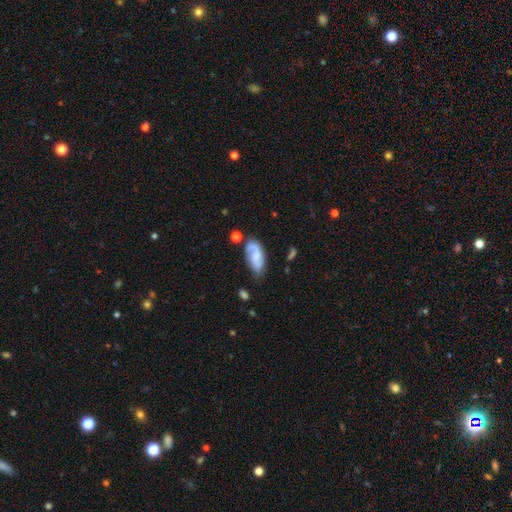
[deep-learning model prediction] Q: Smooth or featured?
A: featured or disk (52%); runner-up: smooth (41%)
Q: Edge-on disk?
A: no (94%); runner-up: yes (6%)
Q: Merging?
A: none (61%); runner-up: minor disturbance (25%)